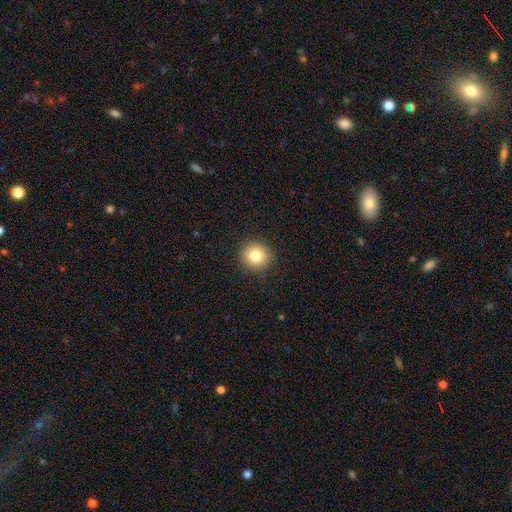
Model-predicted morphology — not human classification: smooth_or_featured: smooth (p=0.81) [alt: star or artifact p=0.11]
how_rounded: round (p=0.89) [alt: in between p=0.10]
merging: none (p=0.91) [alt: minor disturbance p=0.06]